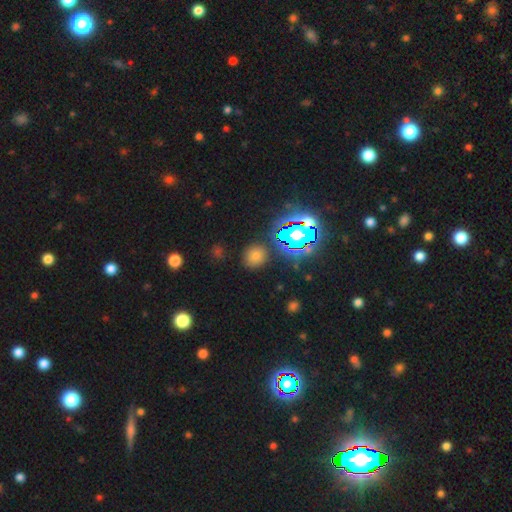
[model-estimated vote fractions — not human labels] This appears to be a smooth galaxy with no disk features (61%) that is round (80%). Merging: none (85%).